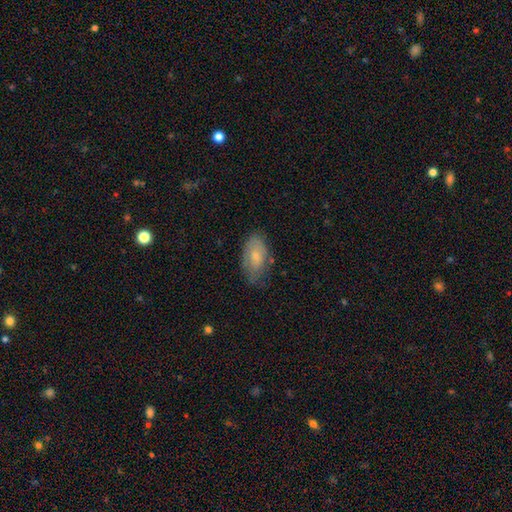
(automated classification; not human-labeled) Q: Smooth or featured?
A: smooth (65%); runner-up: featured or disk (28%)
Q: How rounded?
A: in between (92%); runner-up: round (5%)
Q: Merging?
A: none (64%); runner-up: minor disturbance (27%)